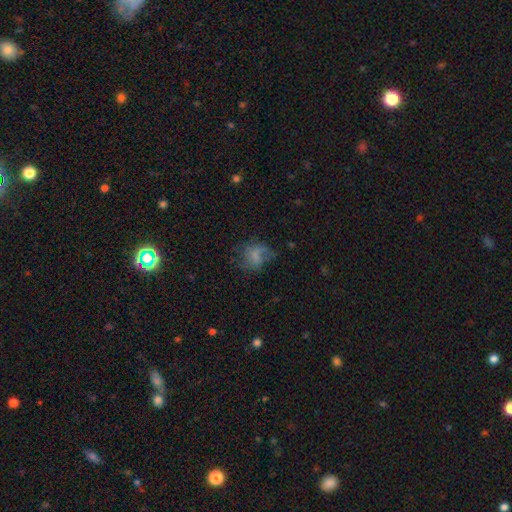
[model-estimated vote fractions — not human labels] Smooth or featured? Predicted: smooth (p=0.55). How rounded? Predicted: in between (p=0.60). Merging? Predicted: none (p=0.39).